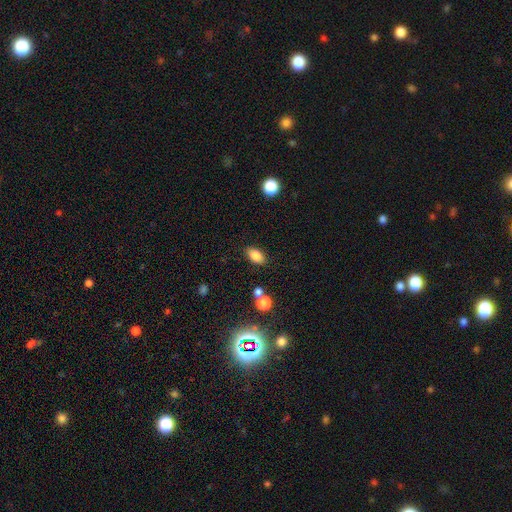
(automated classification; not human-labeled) smooth 82%, star or artifact 10%, featured or disk 7%. Down the decision tree: how rounded — in between (88%); merging — none (83%).